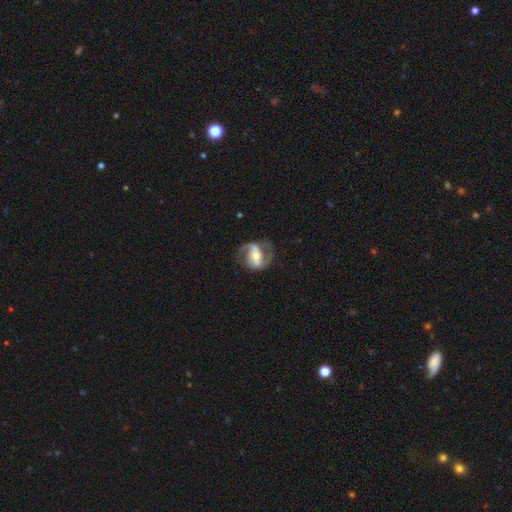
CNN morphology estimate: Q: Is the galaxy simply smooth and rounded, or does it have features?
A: featured or disk — 83%.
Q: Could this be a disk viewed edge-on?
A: no — 97%.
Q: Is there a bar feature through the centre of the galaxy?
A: strong — 49%.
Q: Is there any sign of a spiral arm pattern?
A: yes — 90%.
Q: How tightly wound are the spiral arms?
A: medium — 52%.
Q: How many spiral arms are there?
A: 2 — 87%.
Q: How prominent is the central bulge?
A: moderate — 59%.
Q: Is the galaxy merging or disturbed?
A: none — 68%.